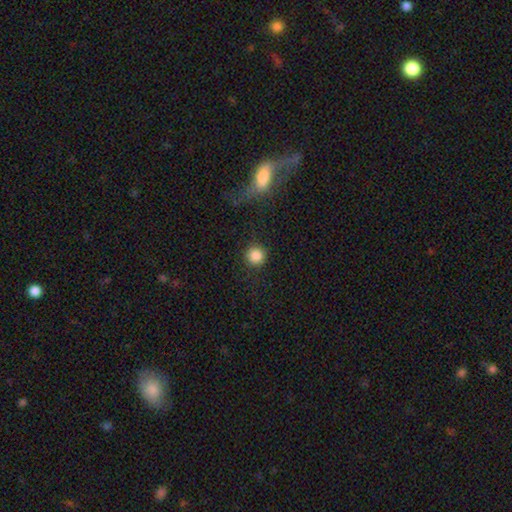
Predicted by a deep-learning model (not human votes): Smooth or featured: smooth — 86% (star or artifact — 10%)
How rounded: round — 94% (in between — 5%)
Merging: none — 88% (minor disturbance — 7%)